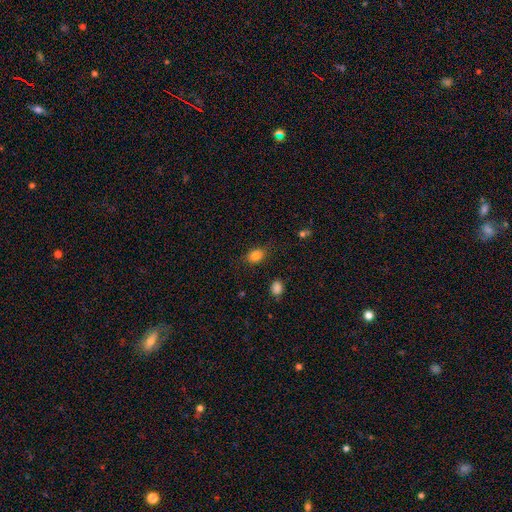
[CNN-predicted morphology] Smooth or featured? Predicted: smooth (p=0.83). How rounded? Predicted: in between (p=0.62). Merging? Predicted: none (p=0.80).